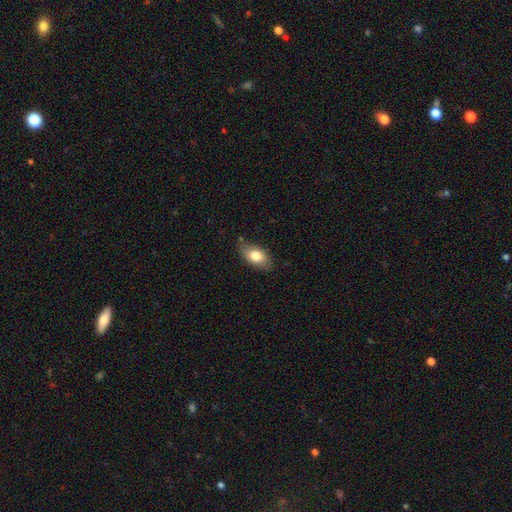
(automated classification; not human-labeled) Smooth or featured: smooth — 79% (featured or disk — 14%)
How rounded: in between — 90% (round — 8%)
Merging: none — 77% (minor disturbance — 18%)